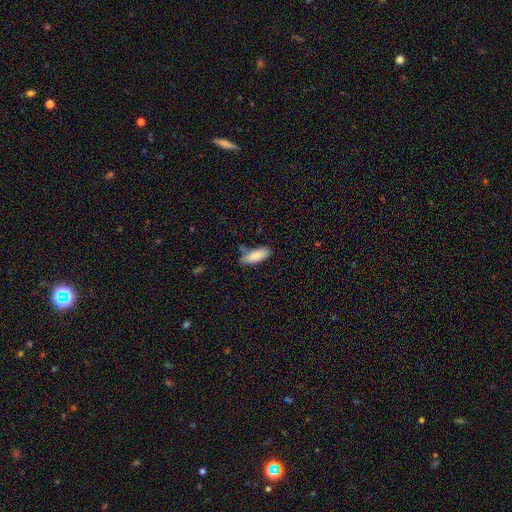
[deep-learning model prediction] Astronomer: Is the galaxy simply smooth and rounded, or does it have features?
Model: smooth — 88%.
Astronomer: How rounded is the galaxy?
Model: in between — 74%.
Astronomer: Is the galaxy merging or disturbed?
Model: none — 69%.